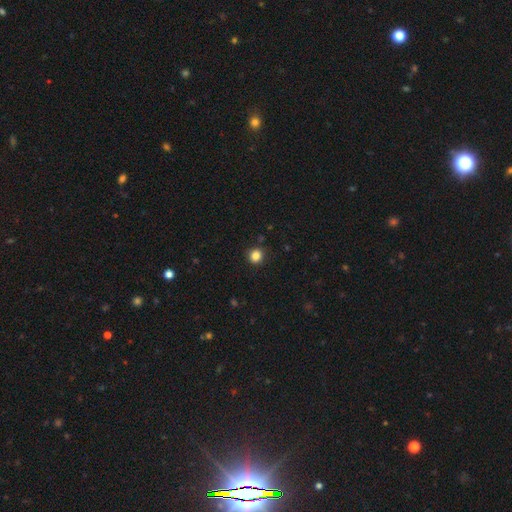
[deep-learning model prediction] Smooth or featured? smooth (84%)
How rounded? round (92%)
Merging? none (91%)